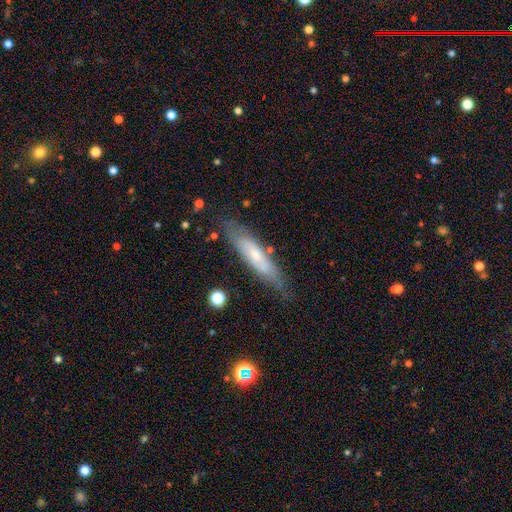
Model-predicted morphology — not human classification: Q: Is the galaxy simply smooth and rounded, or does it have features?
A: featured or disk — 50%.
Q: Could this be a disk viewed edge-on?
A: yes — 52%.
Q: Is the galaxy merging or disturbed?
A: none — 73%.